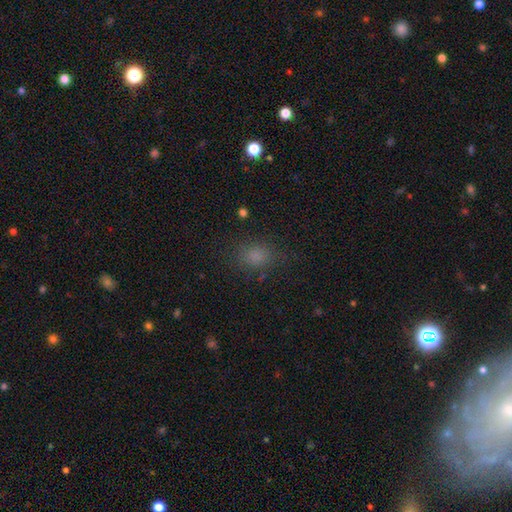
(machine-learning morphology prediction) smooth 78%, star or artifact 16%, featured or disk 6%. Down the decision tree: how rounded — in between (54%); merging — none (77%).